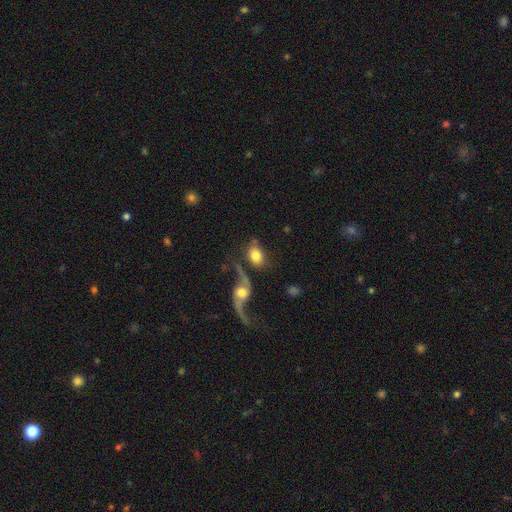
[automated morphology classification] smooth 69%, featured or disk 23%, star or artifact 8%. Down the decision tree: how rounded — in between (71%); merging — none (53%).